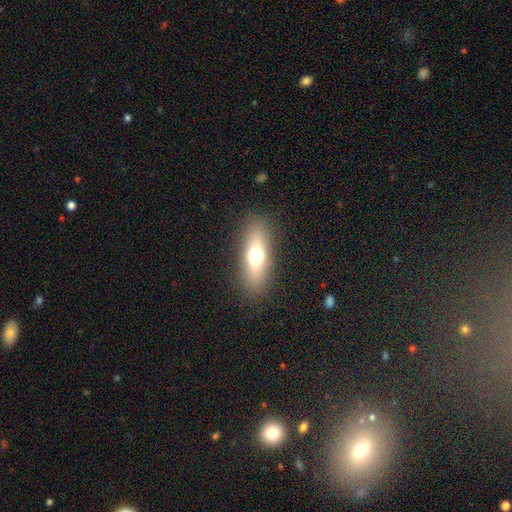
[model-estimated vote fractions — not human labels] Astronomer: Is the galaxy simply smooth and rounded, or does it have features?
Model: smooth — 55% (runner-up: featured or disk, 33%).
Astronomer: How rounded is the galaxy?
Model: in between — 59% (runner-up: cigar-shaped, 34%).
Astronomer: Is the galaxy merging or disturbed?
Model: none — 87%.